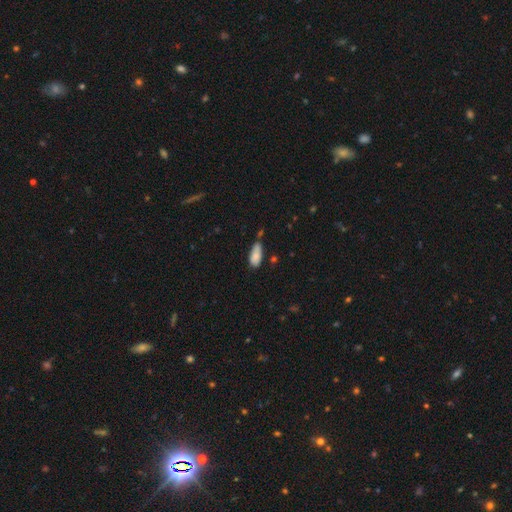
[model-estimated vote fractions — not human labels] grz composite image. It shows a smooth galaxy with no disk features (85%) that is in between round and cigar-shaped (84%). Merging: none (49%).